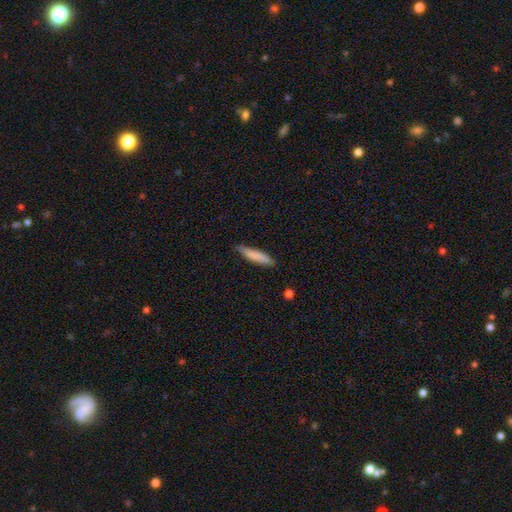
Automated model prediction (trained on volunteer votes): Smooth or featured: smooth — 81% (featured or disk — 13%)
How rounded: cigar-shaped — 84% (in between — 15%)
Merging: none — 81% (minor disturbance — 16%)